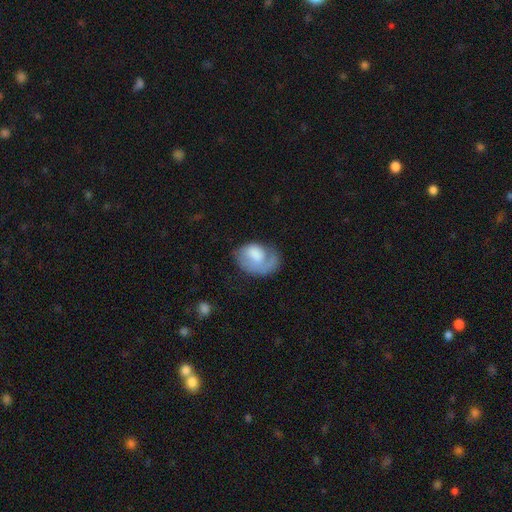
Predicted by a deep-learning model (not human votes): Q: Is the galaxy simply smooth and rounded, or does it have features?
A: smooth — 48%.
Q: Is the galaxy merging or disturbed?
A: none — 40%.